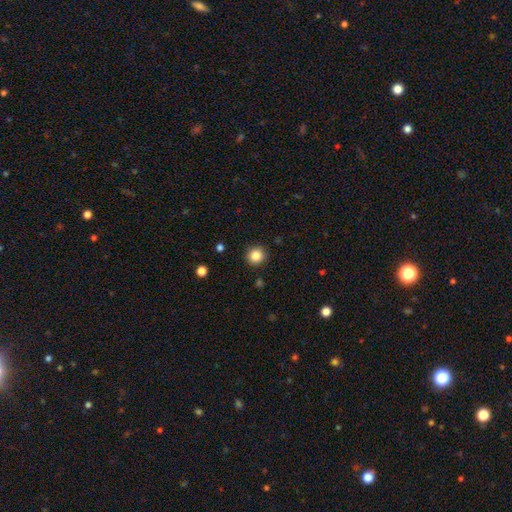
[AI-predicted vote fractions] Smooth or featured? Predicted: smooth (p=0.84). How rounded? Predicted: round (p=0.92). Merging? Predicted: none (p=0.91).